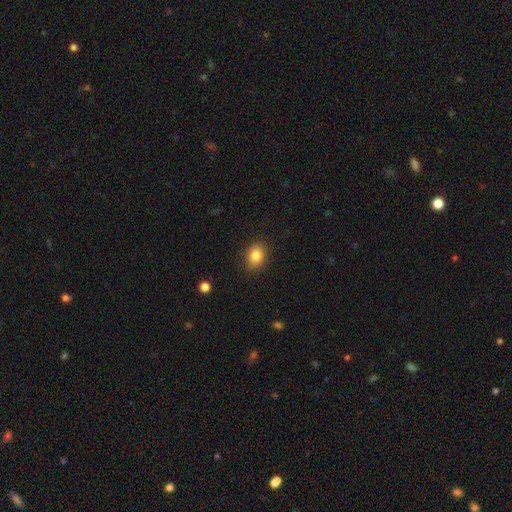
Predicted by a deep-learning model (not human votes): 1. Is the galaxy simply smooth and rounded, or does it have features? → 84% smooth, 10% star or artifact, 7% featured or disk.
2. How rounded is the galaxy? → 57% in between, 42% round, 1% cigar-shaped.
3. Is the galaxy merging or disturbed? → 85% none, 11% minor disturbance, 3% major disturbance, 1% merger.